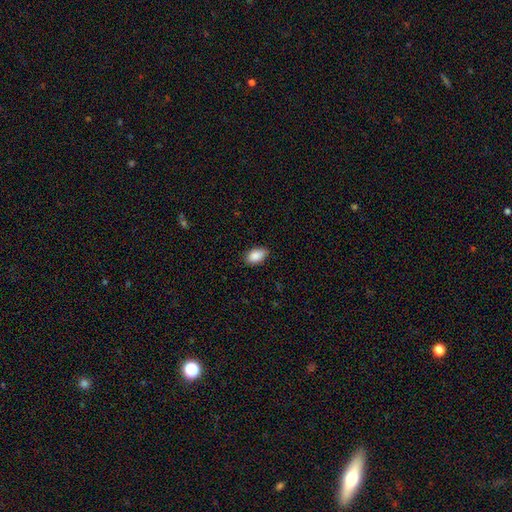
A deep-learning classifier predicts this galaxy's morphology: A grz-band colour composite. It shows a smooth galaxy with no disk features (89%) that is in between round and cigar-shaped (92%). Merging: none (83%).